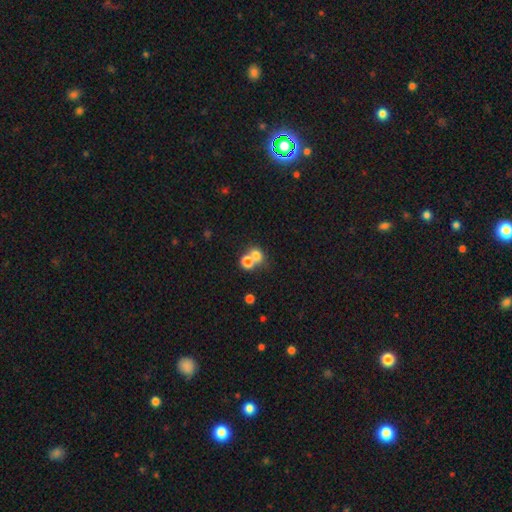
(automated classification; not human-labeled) Overall: smooth (73%). How rounded: round (62%; in between 36%). Merging: merger (54%; none 35%).